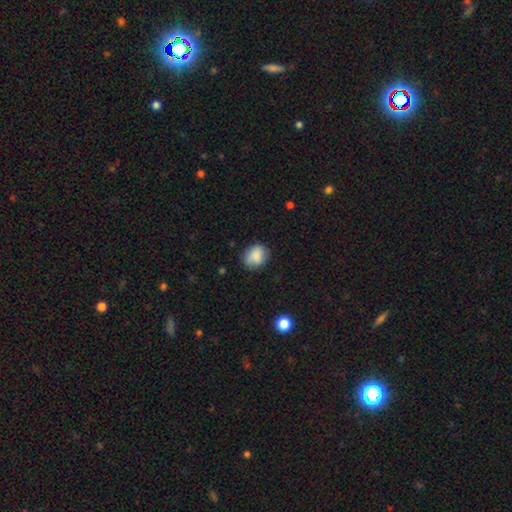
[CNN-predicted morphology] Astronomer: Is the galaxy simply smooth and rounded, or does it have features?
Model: smooth — 84%.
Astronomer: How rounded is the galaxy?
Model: round — 56% (runner-up: in between, 43%).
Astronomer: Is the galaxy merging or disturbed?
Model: none — 73%.